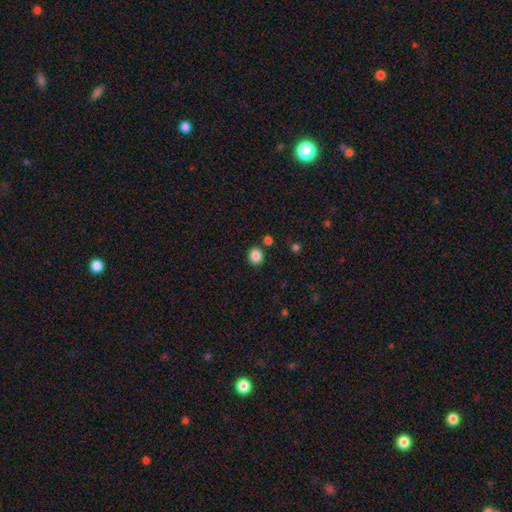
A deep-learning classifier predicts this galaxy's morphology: Smooth or featured: smooth — 86% (star or artifact — 10%)
How rounded: round — 80% (in between — 19%)
Merging: none — 86% (minor disturbance — 7%)